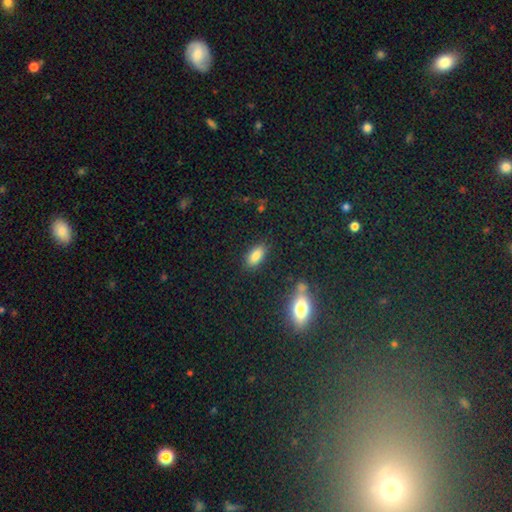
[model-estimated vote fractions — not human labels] Morphology: type=smooth (84%); roundness=in between (88%); merging=none (84%).